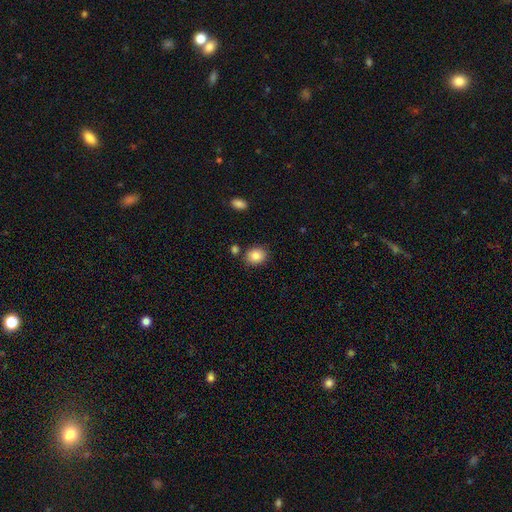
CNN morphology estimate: smooth_or_featured: smooth (p=0.85) [alt: star or artifact p=0.09]
how_rounded: round (p=0.58) [alt: in between p=0.42]
merging: none (p=0.81) [alt: minor disturbance p=0.11]